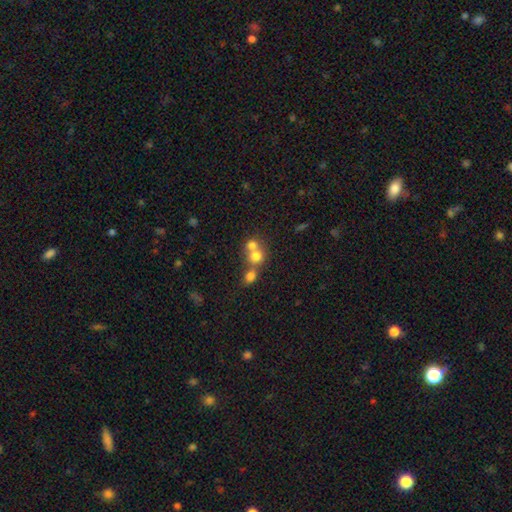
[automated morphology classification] Q: Smooth or featured?
A: smooth (71%); runner-up: featured or disk (15%)
Q: How rounded?
A: round (81%); runner-up: in between (18%)
Q: Merging?
A: merger (58%); runner-up: none (33%)